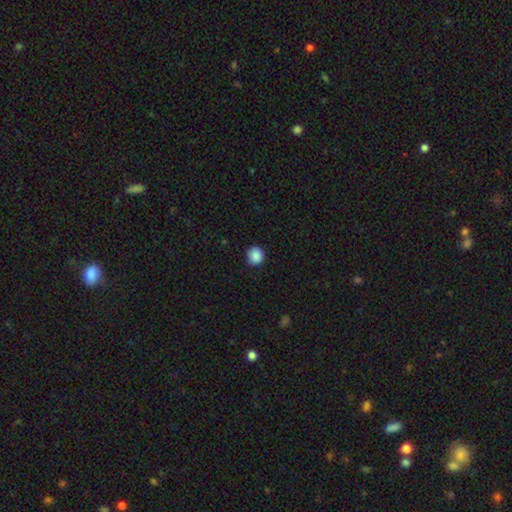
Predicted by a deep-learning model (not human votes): Overall: smooth (88%). How rounded: round (88%). Merging: none (86%).